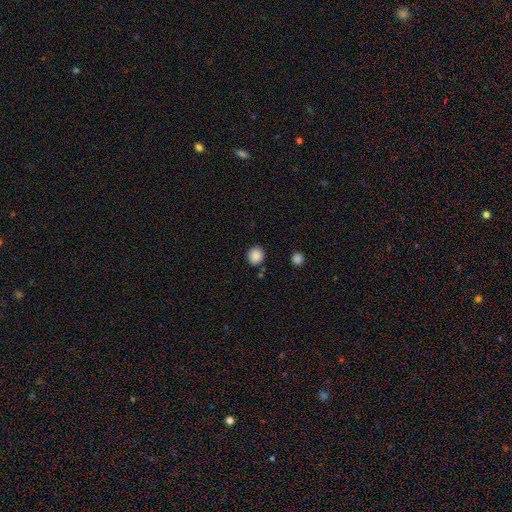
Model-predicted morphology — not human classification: A smooth galaxy with no disk features (88%) that is round (86%).

Vote fractions:
- Smooth or featured? smooth: 88% / star or artifact: 9% / featured or disk: 3%
- How rounded? round: 86% / in between: 14% / cigar-shaped: 1%
- Merging? none: 85% / minor disturbance: 9% / merger: 4% / major disturbance: 3%